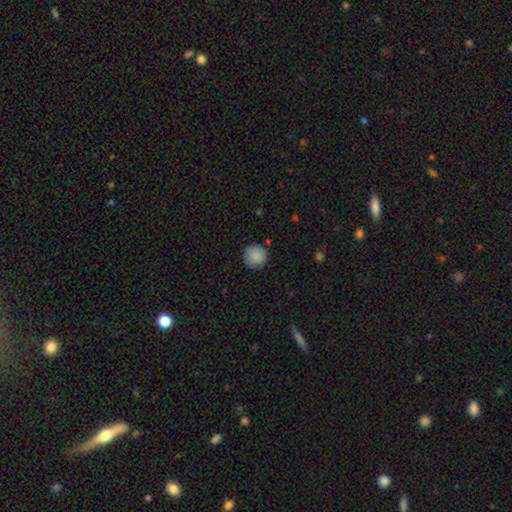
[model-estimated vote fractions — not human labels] A smooth galaxy with no disk features (88%) that is round (95%). Merging: none (89%).